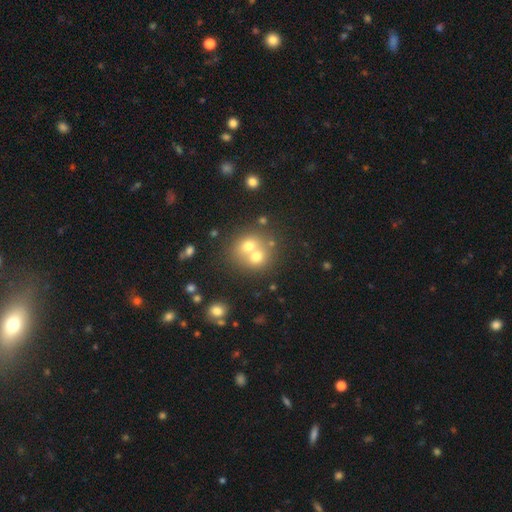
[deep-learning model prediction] smooth-or-featured: smooth: 62% | featured or disk: 23% | star or artifact: 15%
  how-rounded: round: 77% | in between: 22% | cigar-shaped: 1%
  merging: merger: 60% | none: 32% | minor disturbance: 5% | major disturbance: 3%